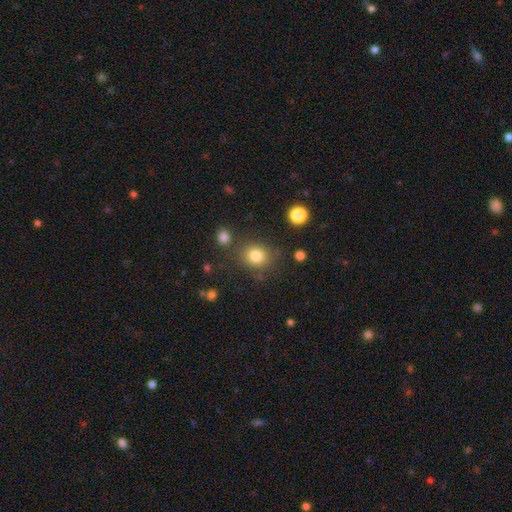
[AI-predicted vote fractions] Q: Smooth or featured?
A: smooth (81%); runner-up: star or artifact (12%)
Q: How rounded?
A: round (77%); runner-up: in between (22%)
Q: Merging?
A: none (80%); runner-up: minor disturbance (10%)